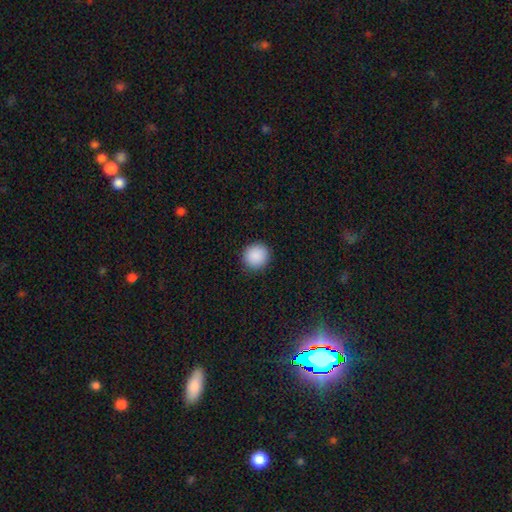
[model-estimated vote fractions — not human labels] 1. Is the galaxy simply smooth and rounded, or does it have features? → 90% smooth, 8% star or artifact, 2% featured or disk.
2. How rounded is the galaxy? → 92% round, 7% in between, 1% cigar-shaped.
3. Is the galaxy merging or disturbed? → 91% none, 6% minor disturbance, 2% major disturbance, 1% merger.